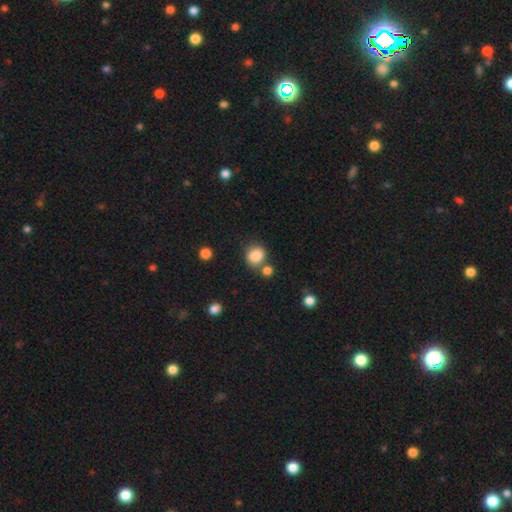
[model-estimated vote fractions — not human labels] Morphology: type=smooth (85%); roundness=round (70%); merging=none (63%).